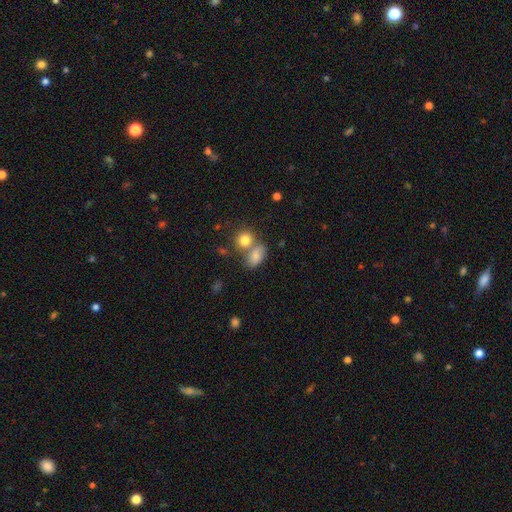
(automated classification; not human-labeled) This appears to be a smooth galaxy with no disk features (79%) that is in between round and cigar-shaped (76%). Merging: none (42%).